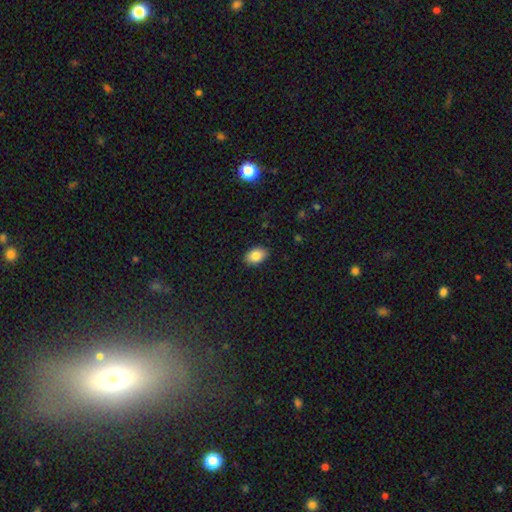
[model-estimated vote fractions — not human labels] Q: Smooth or featured?
A: smooth (84%); runner-up: star or artifact (8%)
Q: How rounded?
A: in between (86%); runner-up: round (13%)
Q: Merging?
A: none (88%); runner-up: minor disturbance (9%)